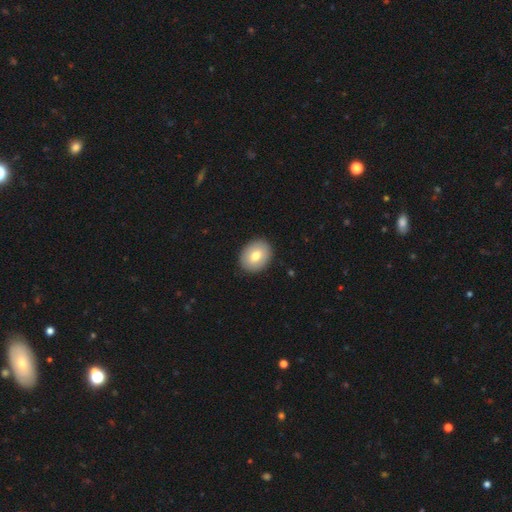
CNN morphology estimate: Smooth or featured?
  - smooth: 74% *
  - featured or disk: 18%
  - star or artifact: 7%
How rounded?
  - round: 51% *
  - in between: 48%
  - cigar-shaped: 1%
Merging?
  - none: 90% *
  - minor disturbance: 7%
  - major disturbance: 2%
  - merger: 1%